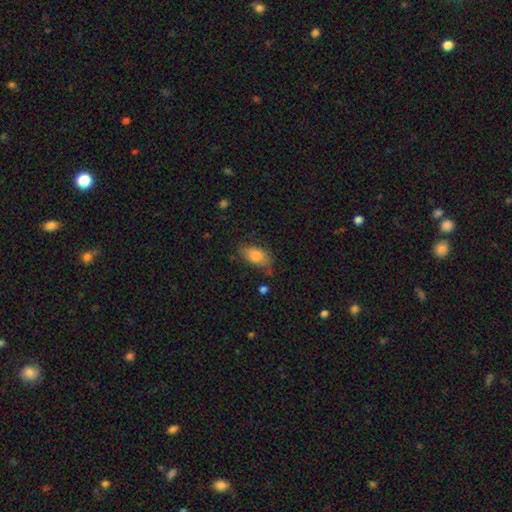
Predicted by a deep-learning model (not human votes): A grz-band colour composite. It shows a smooth galaxy with no disk features (81%) that is in between round and cigar-shaped (89%). Merging: none (65%).